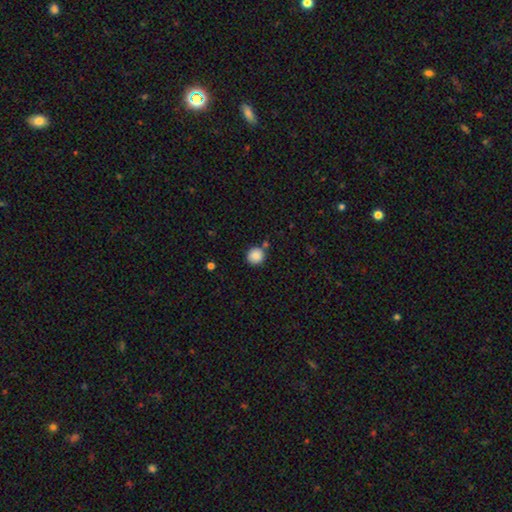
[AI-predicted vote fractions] smooth-or-featured: smooth: 87% | star or artifact: 9% | featured or disk: 4%
  how-rounded: round: 93% | in between: 6% | cigar-shaped: 1%
  merging: none: 82% | minor disturbance: 9% | merger: 7% | major disturbance: 2%